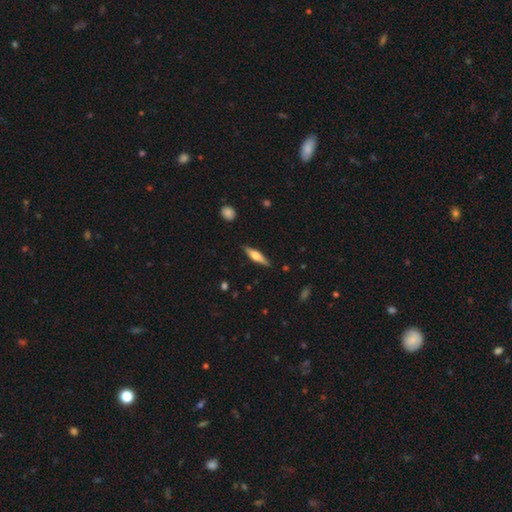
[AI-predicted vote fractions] This appears to be a featured or disk galaxy (56%) viewed edge-on (96%) with a rounded central bulge (88%). Merging: none (88%).